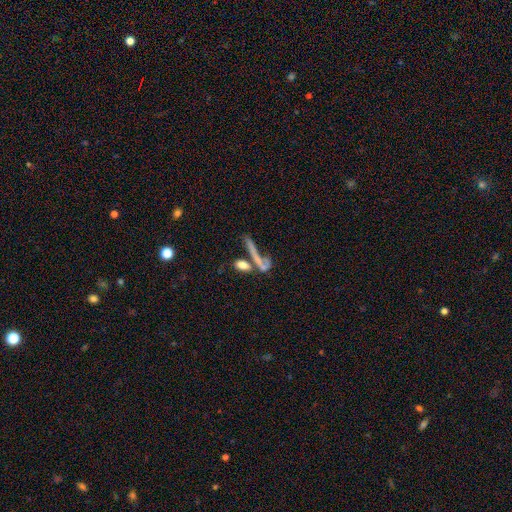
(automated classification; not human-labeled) The model was most divided on "merging": merger: 40%, none: 34%, major disturbance: 15%, minor disturbance: 11%. More confident: how rounded — cigar-shaped (71%); smooth or featured — smooth (52%).